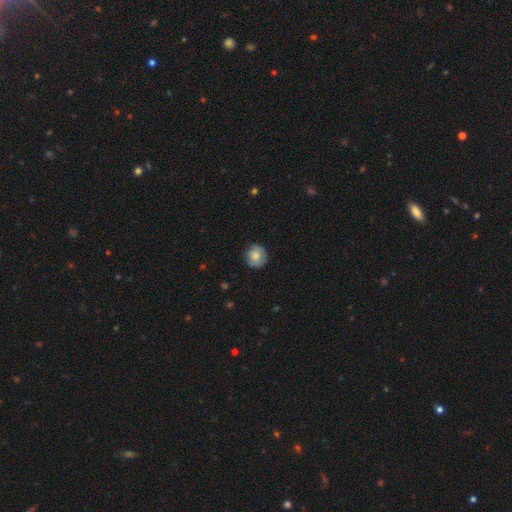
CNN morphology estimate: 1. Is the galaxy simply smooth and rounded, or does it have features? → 80% smooth, 13% featured or disk, 7% star or artifact.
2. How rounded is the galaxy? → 91% round, 8% in between, 1% cigar-shaped.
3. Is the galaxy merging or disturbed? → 83% none, 14% minor disturbance, 3% major disturbance, 1% merger.